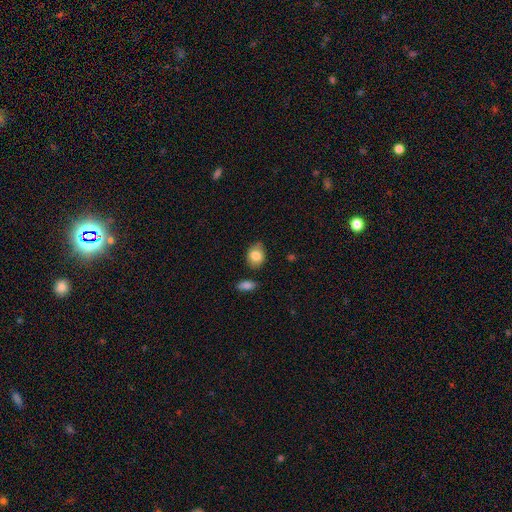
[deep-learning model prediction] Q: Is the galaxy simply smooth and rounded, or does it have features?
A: smooth — 82%.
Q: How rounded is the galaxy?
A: in between — 58%.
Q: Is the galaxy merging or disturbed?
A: none — 75%.